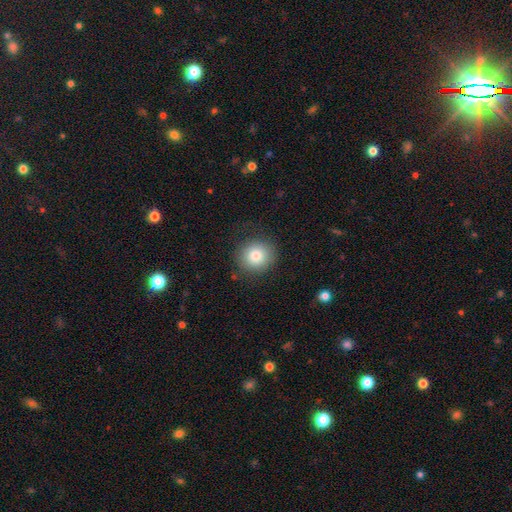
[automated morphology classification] Overall: smooth (80%). How rounded: round (84%). Merging: none (83%).